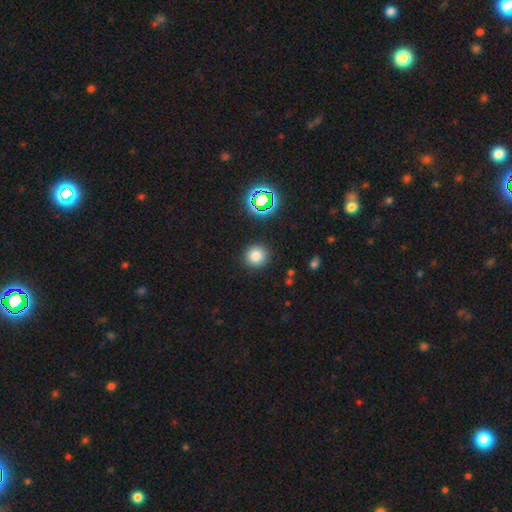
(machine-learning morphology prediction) Q: Smooth or featured?
A: smooth (78%); runner-up: star or artifact (16%)
Q: How rounded?
A: round (93%); runner-up: in between (6%)
Q: Merging?
A: none (90%); runner-up: minor disturbance (6%)